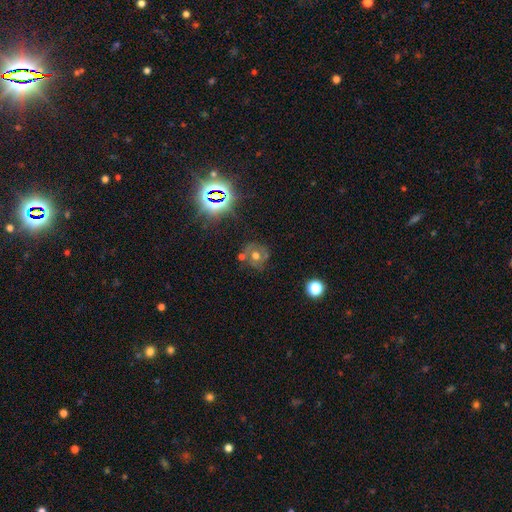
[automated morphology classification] Smooth or featured? smooth (39%)
Merging? none (60%)